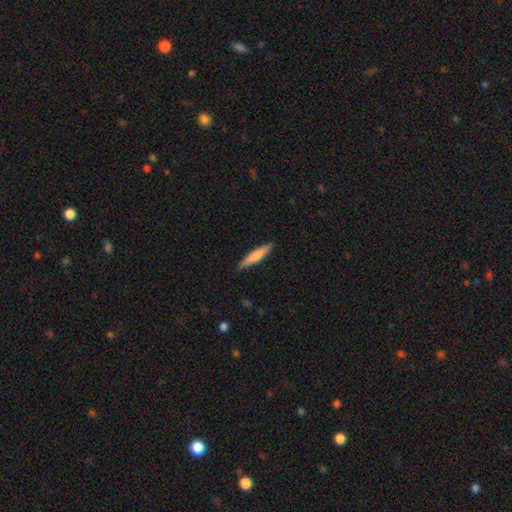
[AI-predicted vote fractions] Smooth or featured: smooth — 71% (featured or disk — 24%)
How rounded: cigar-shaped — 90% (in between — 9%)
Merging: none — 89% (minor disturbance — 8%)